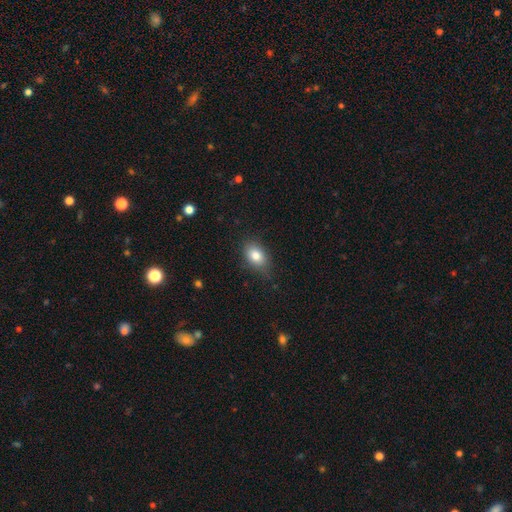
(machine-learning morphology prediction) Overall: smooth (82%). How rounded: in between (81%). Merging: none (75%).